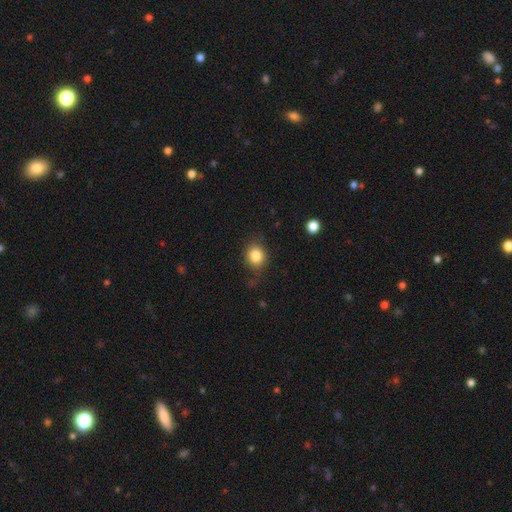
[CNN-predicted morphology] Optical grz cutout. It shows a smooth galaxy with no disk features (83%) that is round (71%). Merging: none (74%).